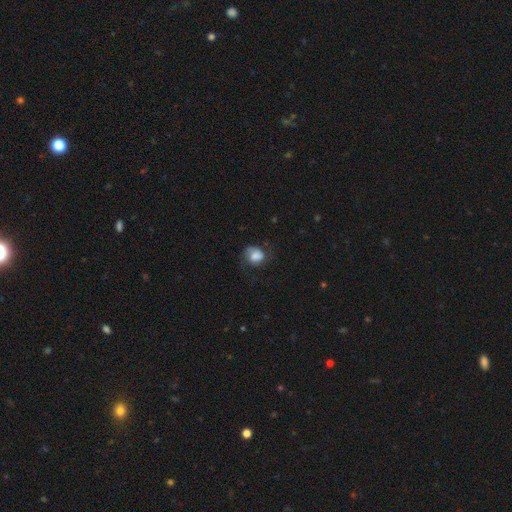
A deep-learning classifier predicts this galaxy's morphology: A smooth galaxy with no disk features (64%) that is round (61%).

Vote fractions:
- Smooth or featured? smooth: 64% / featured or disk: 27% / star or artifact: 9%
- How rounded? round: 61% / in between: 38% / cigar-shaped: 1%
- Merging? none: 51% / minor disturbance: 27% / major disturbance: 21% / merger: 2%